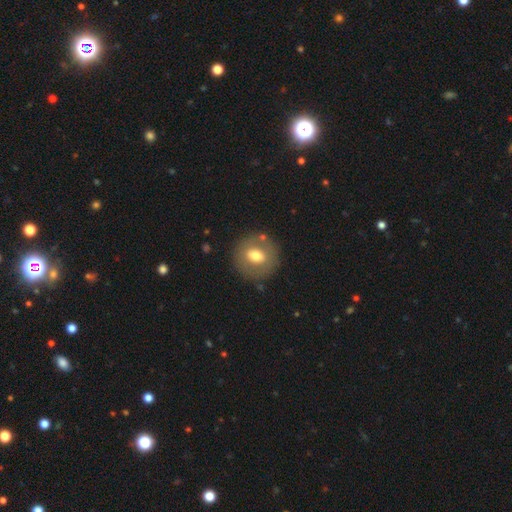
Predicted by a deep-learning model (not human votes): Overall: smooth (61%; featured or disk 31%). How rounded: round (81%). Merging: none (83%).